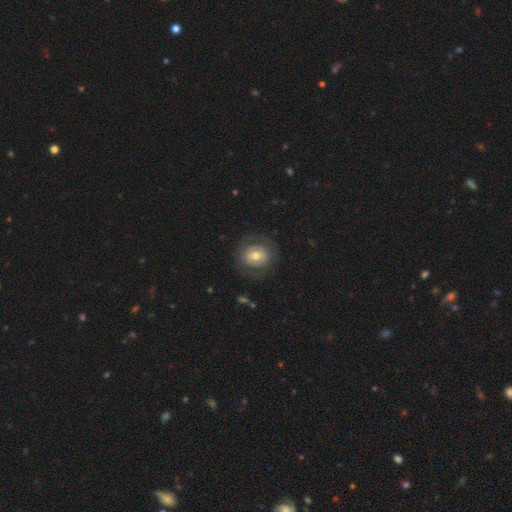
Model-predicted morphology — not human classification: featured or disk 48%, smooth 45%, star or artifact 7%. Down the decision tree: merging — none (76%).